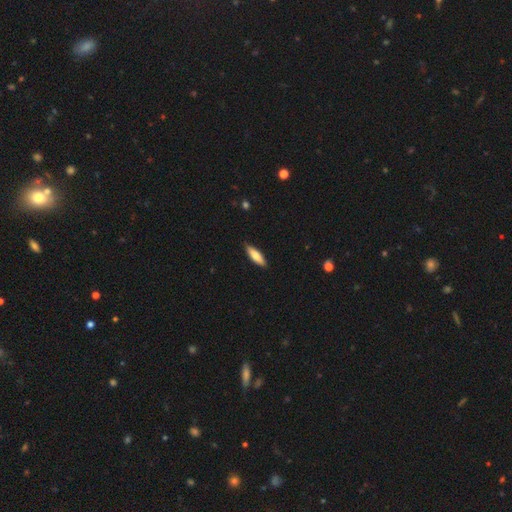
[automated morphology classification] A smooth galaxy with no disk features (71%) that is cigar-shaped (55%). Merging: none (87%).